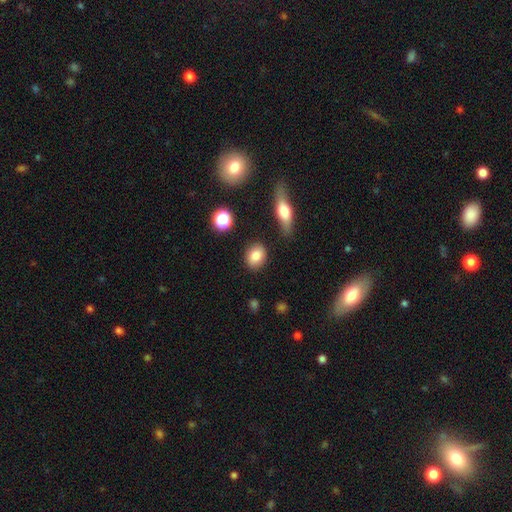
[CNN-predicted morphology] type=smooth (83%); roundness=round (55%); merging=none (85%).